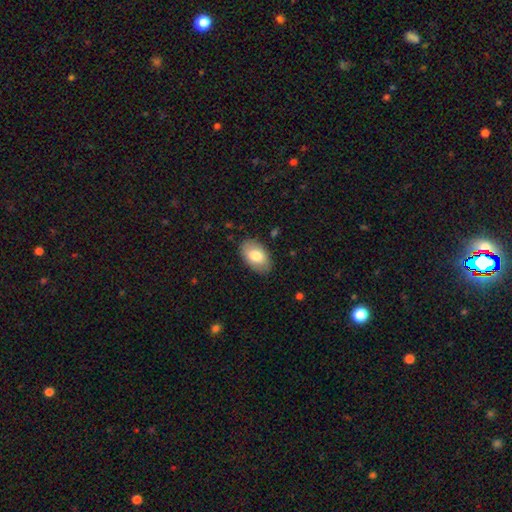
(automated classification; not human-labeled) A smooth galaxy with no disk features (78%) that is in between round and cigar-shaped (93%).

Vote fractions:
- Smooth or featured? smooth: 78% / featured or disk: 16% / star or artifact: 6%
- How rounded? in between: 93% / round: 6% / cigar-shaped: 1%
- Merging? none: 85% / minor disturbance: 11% / major disturbance: 3% / merger: 1%